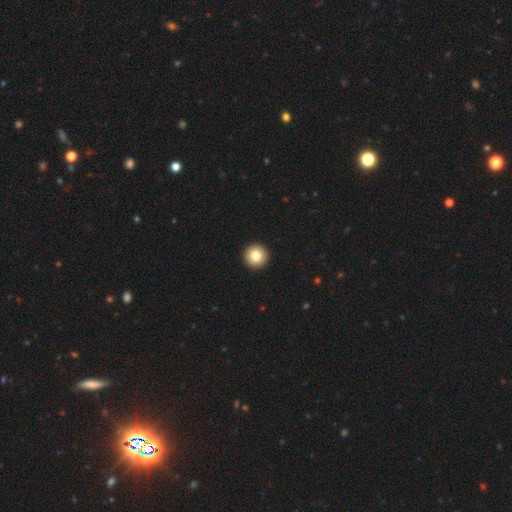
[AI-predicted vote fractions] This appears to be a smooth galaxy with no disk features (81%) that is round (97%). Merging: none (95%).